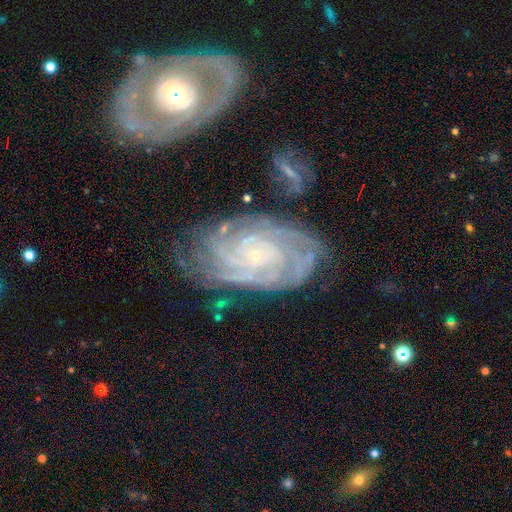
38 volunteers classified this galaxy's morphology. Smooth or featured?
  - featured or disk: 97% *
  - star or artifact: 3%
  - smooth: 0%
Edge-on disk?
  - no: 92% *
  - yes: 8%
Bar?
  - no: 71% *
  - weak: 18%
  - strong: 12%
Spiral arms?
  - yes: 97% *
  - no: 3%
Spiral winding?
  - tight: 82% *
  - medium: 15%
  - loose: 3%
Spiral arm count?
  - more than 4: 39% *
  - 4: 24%
  - 3: 21%
  - can't tell: 15%
  - 1: 0%
  - 2: 0%
Bulge size?
  - small: 91% *
  - moderate: 6%
  - none: 3%
  - dominant: 0%
  - large: 0%
Merging?
  - none: 78% *
  - minor disturbance: 14%
  - major disturbance: 8%
  - merger: 0%